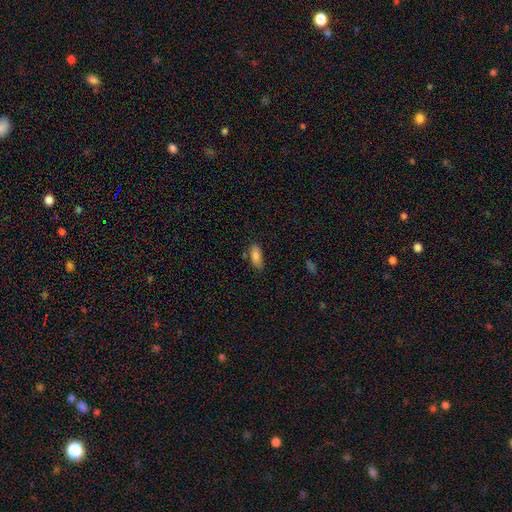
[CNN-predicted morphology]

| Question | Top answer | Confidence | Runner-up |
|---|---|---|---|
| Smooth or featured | smooth | 84% | star or artifact (8%) |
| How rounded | in between | 82% | cigar-shaped (15%) |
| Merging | none | 73% | minor disturbance (19%) |